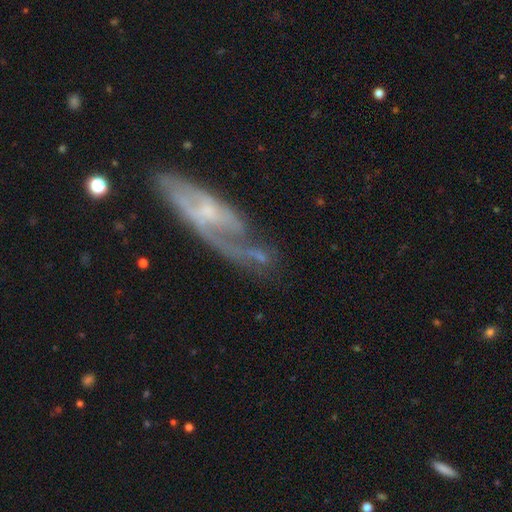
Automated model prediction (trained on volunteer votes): Smooth or featured? Predicted: featured or disk (p=0.68). Edge-on disk? Predicted: no (p=0.80). Bar? Predicted: no (p=0.54). Spiral arms? Predicted: yes (p=0.76). Bulge size? Predicted: small (p=0.52). Merging? Predicted: none (p=0.53).